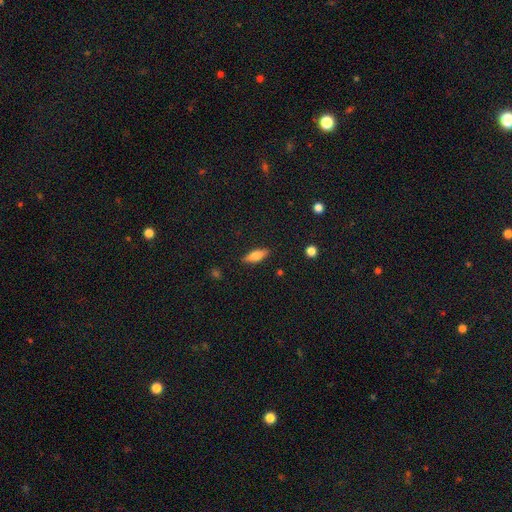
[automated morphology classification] smooth_or_featured: smooth (p=0.60) [alt: featured or disk p=0.33]
how_rounded: in between (p=0.58) [alt: cigar-shaped p=0.39]
merging: none (p=0.88) [alt: minor disturbance p=0.09]